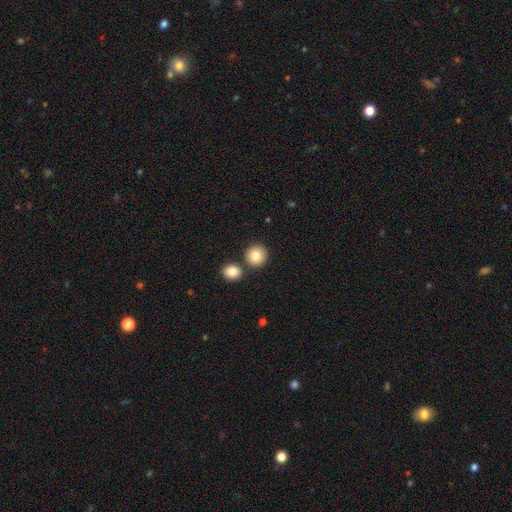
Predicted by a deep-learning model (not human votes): Overall: smooth (84%). How rounded: round (89%). Merging: none (76%).